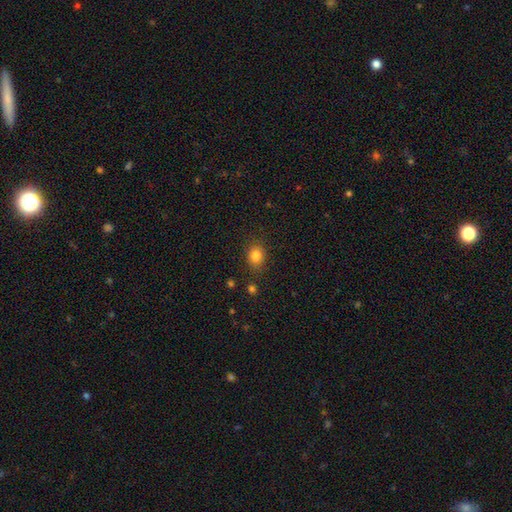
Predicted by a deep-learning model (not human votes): The model was most divided on "how rounded": round: 57%, in between: 42%, cigar-shaped: 1%. More confident: smooth or featured — smooth (83%); merging — none (82%).